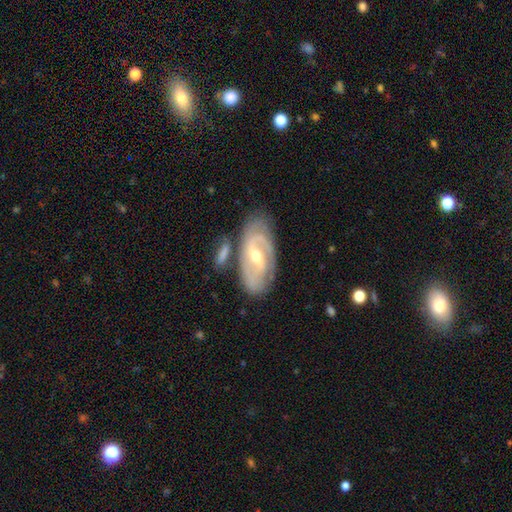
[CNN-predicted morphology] Overall: featured or disk (85%). Edge-on disk: no (94%). Bar: weak (44%; strong 32%). Spiral arms: yes (94%). Spiral arm count: 2 (70%). Spiral winding: tight (45%; medium 41%). Bulge size: moderate (51%; small 46%). Merging: none (67%).